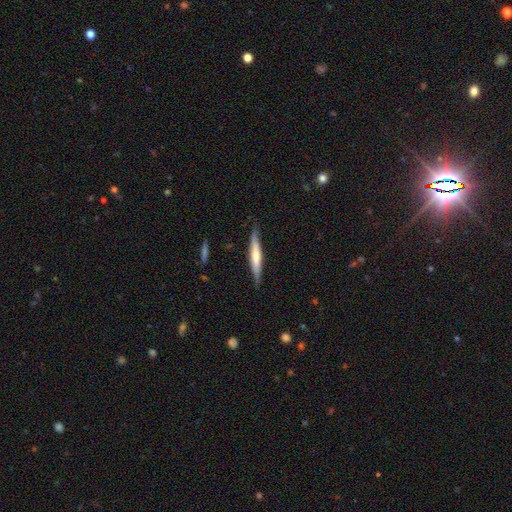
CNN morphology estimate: A smooth galaxy with no disk features (48%).

Vote fractions:
- Smooth or featured? smooth: 48% / featured or disk: 47% / star or artifact: 5%
- Merging? none: 85% / minor disturbance: 12% / major disturbance: 2% / merger: 1%